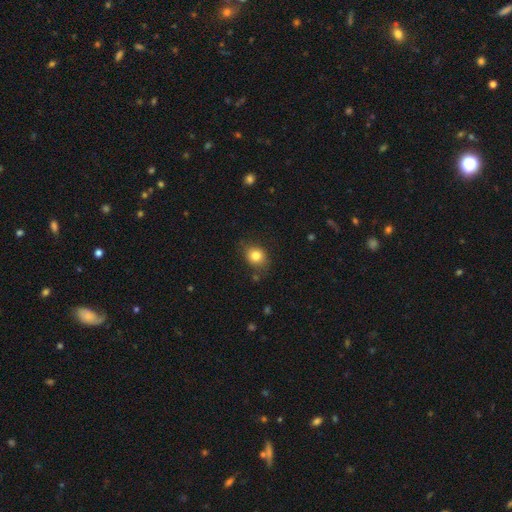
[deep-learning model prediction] This is clearly a smooth galaxy (81%). How rounded: possibly round (57%). Merging: likely none (78%).